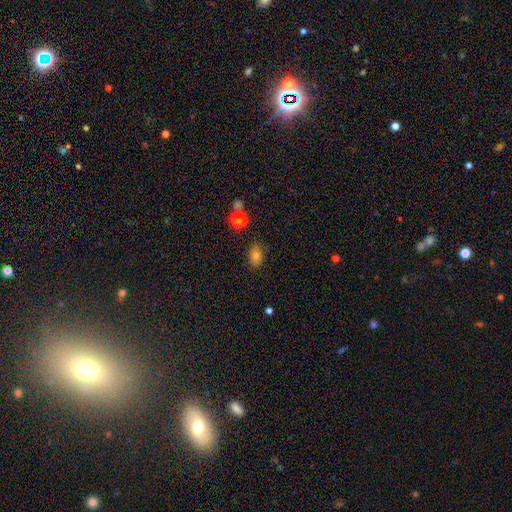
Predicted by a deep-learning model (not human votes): Smooth or featured? smooth (79%)
How rounded? in between (78%)
Merging? none (80%)